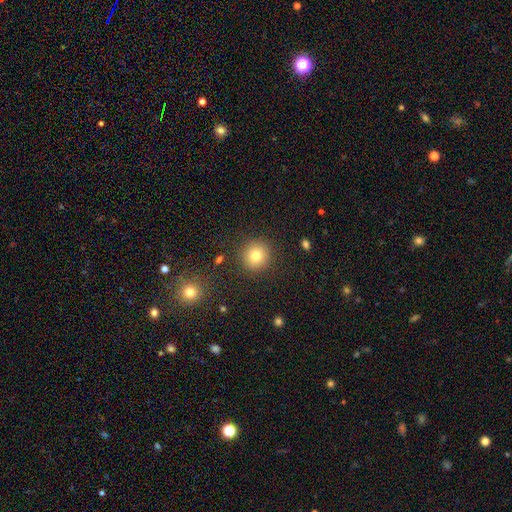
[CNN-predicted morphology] This is likely a smooth galaxy (79%). How rounded: clearly round (92%). Merging: clearly none (89%).